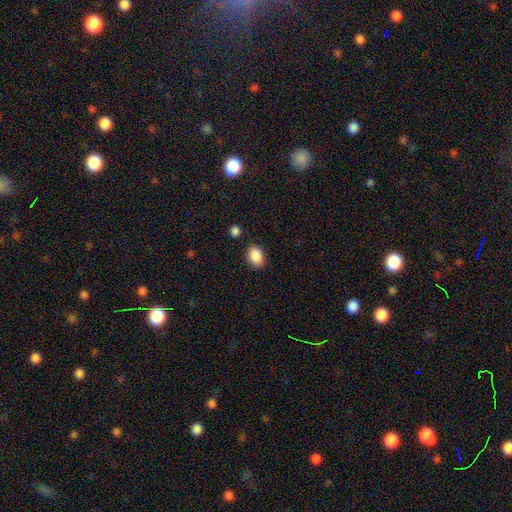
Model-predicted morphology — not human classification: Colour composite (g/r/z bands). It shows a smooth galaxy with no disk features (89%) that is in between round and cigar-shaped (75%). Merging: none (84%).